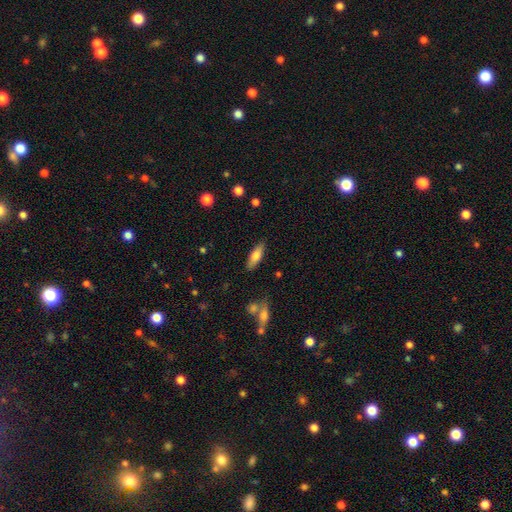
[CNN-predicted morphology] Q: Smooth or featured?
A: smooth (73%); runner-up: featured or disk (20%)
Q: How rounded?
A: in between (57%); runner-up: cigar-shaped (41%)
Q: Merging?
A: none (85%); runner-up: minor disturbance (10%)